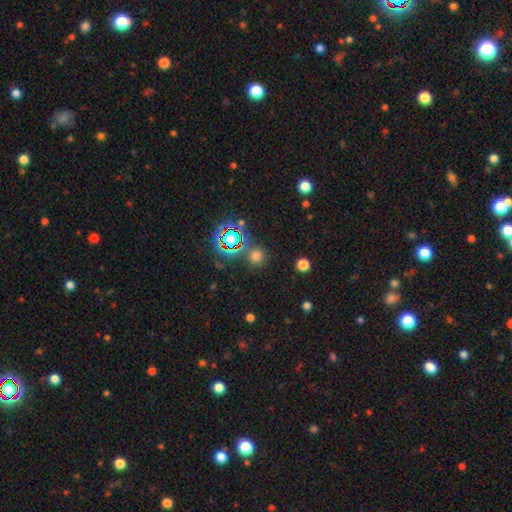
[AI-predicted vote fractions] Overall: smooth (64%; star or artifact 30%). How rounded: round (92%). Merging: none (81%).